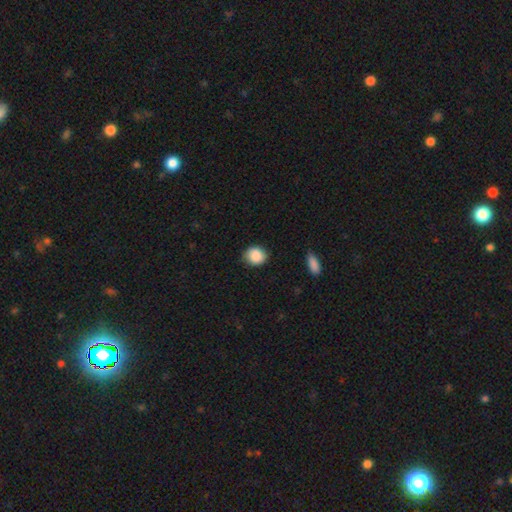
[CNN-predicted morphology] smooth_or_featured: smooth (p=0.88) [alt: star or artifact p=0.08]
how_rounded: round (p=0.77) [alt: in between p=0.22]
merging: none (p=0.79) [alt: minor disturbance p=0.17]